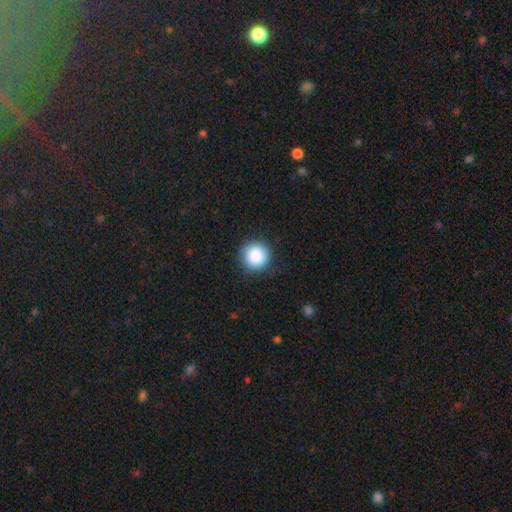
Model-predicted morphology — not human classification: A smooth galaxy with no disk features (88%) that is round (94%).

Vote fractions:
- Smooth or featured? smooth: 88% / star or artifact: 8% / featured or disk: 4%
- How rounded? round: 94% / in between: 5% / cigar-shaped: 1%
- Merging? none: 87% / minor disturbance: 9% / major disturbance: 3% / merger: 1%